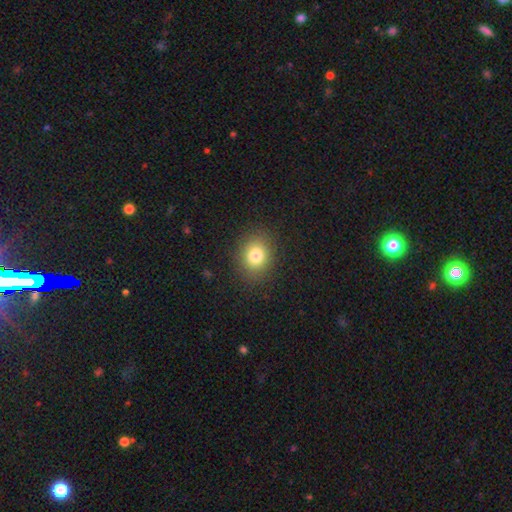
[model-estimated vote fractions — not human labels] This is likely a smooth galaxy (79%). How rounded: likely round (63%). Merging: clearly none (88%).